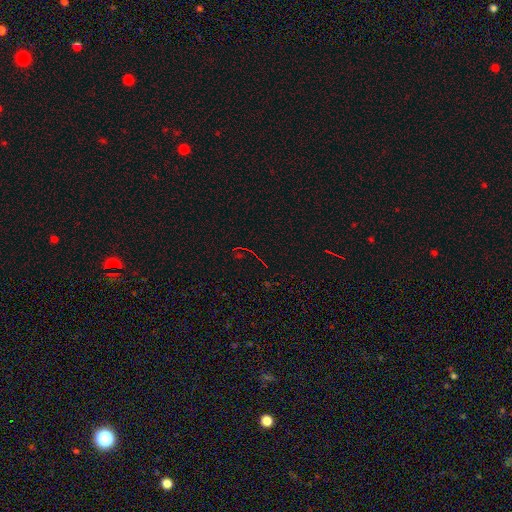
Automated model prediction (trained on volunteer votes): Smooth or featured: star or artifact — 76% (smooth — 13%)